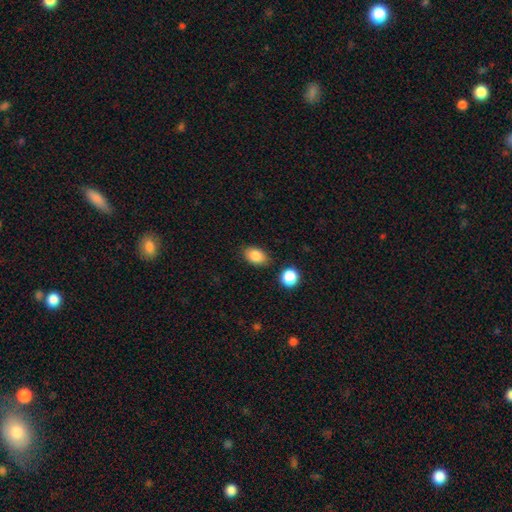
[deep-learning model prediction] smooth 85%, star or artifact 9%, featured or disk 6%. Down the decision tree: how rounded — in between (82%); merging — none (81%).